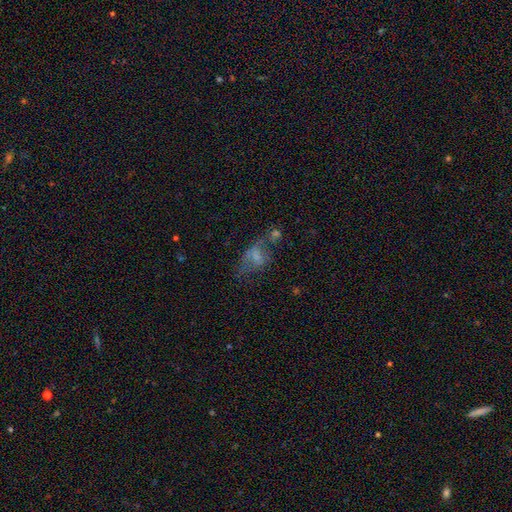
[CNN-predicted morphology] featured or disk 39%, star or artifact 31%, smooth 29%. Down the decision tree: merging — none (42%).